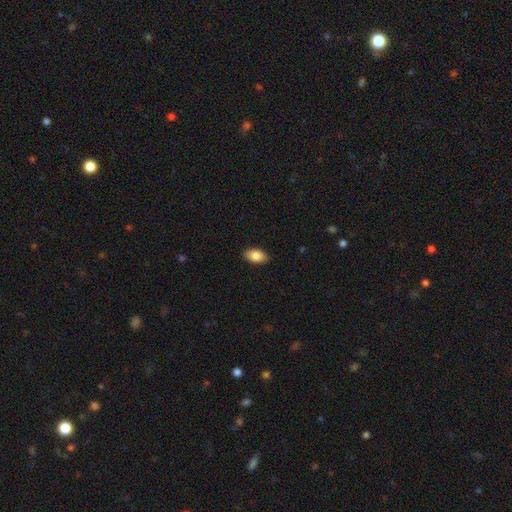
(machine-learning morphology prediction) smooth 84%, featured or disk 9%, star or artifact 7%. Down the decision tree: how rounded — in between (93%); merging — none (89%).